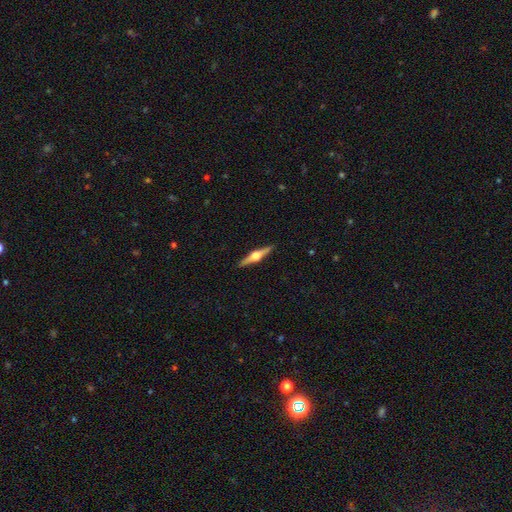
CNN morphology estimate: The model was most divided on "smooth or featured": featured or disk: 79%, smooth: 16%, star or artifact: 5%. More confident: edge-on disk — yes (98%); edge-on bulge — rounded (94%); merging — none (92%).